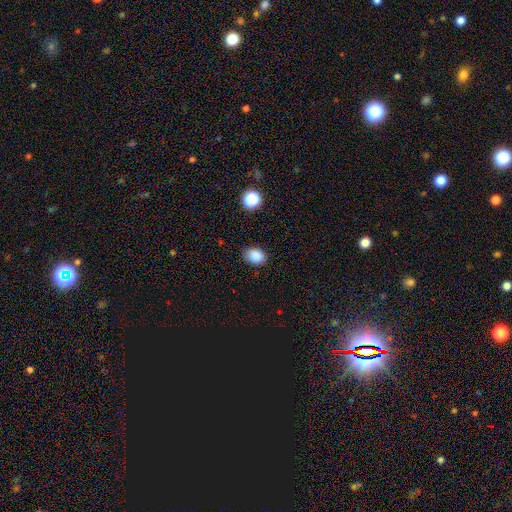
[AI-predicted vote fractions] smooth-or-featured: smooth: 86% | star or artifact: 10% | featured or disk: 4%
  how-rounded: in between: 70% | round: 29% | cigar-shaped: 1%
  merging: none: 82% | minor disturbance: 14% | major disturbance: 3% | merger: 1%